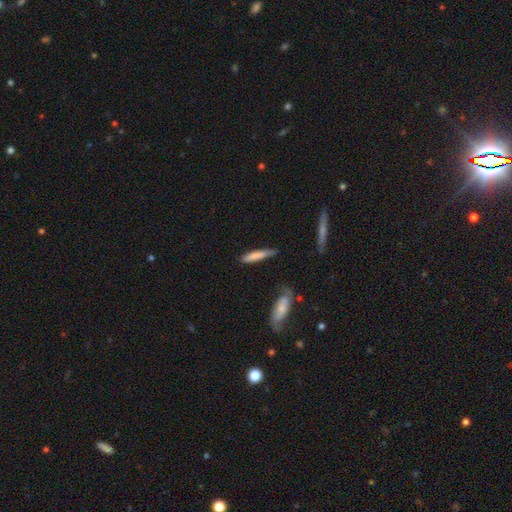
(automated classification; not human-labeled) smooth_or_featured: smooth (p=0.76) [alt: featured or disk p=0.18]
how_rounded: cigar-shaped (p=0.87) [alt: in between p=0.12]
merging: none (p=0.71) [alt: minor disturbance p=0.21]